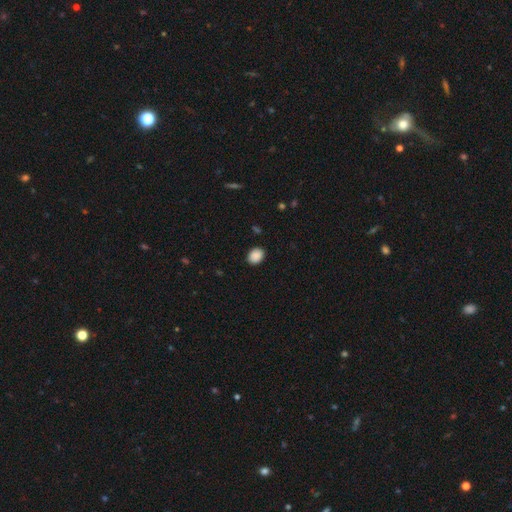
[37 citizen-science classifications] Smooth or featured? smooth (95%)
How rounded? in between (71%)
Merging? none (97%)